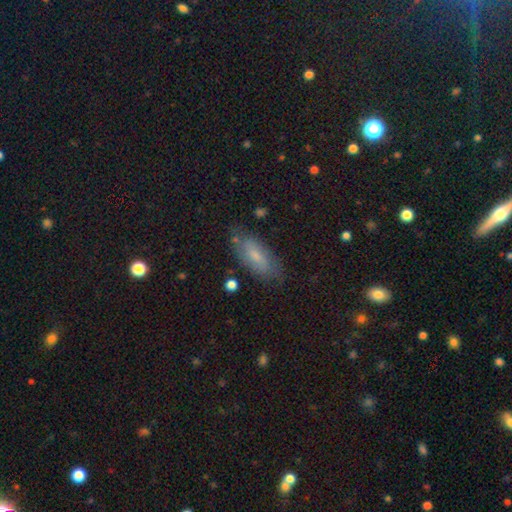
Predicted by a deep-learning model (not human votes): smooth 66%, featured or disk 26%, star or artifact 8%. Down the decision tree: how rounded — in between (79%); merging — none (74%).